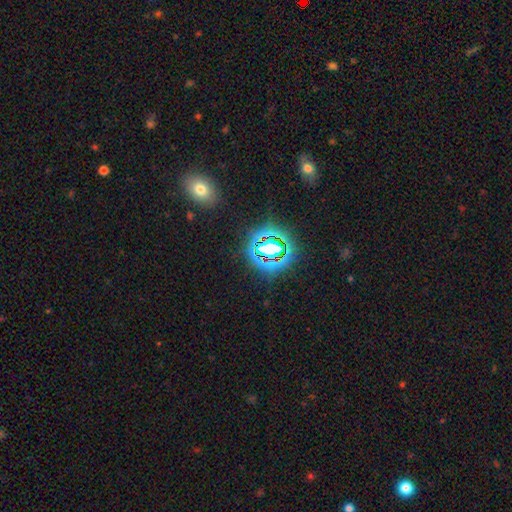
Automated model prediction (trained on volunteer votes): A star or artifact, not a galaxy (68%).